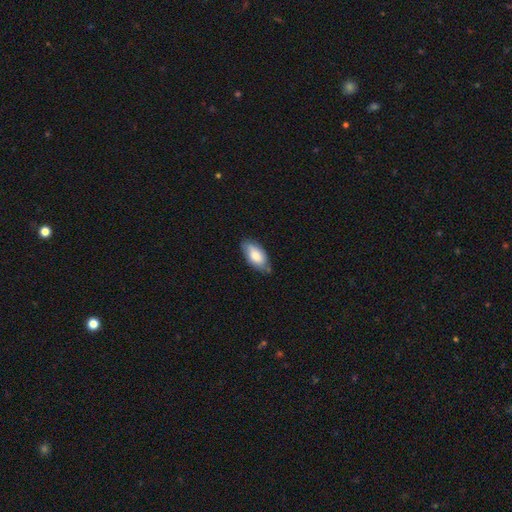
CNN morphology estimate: This is likely a smooth galaxy (79%). How rounded: clearly in between (92%). Merging: likely none (72%).